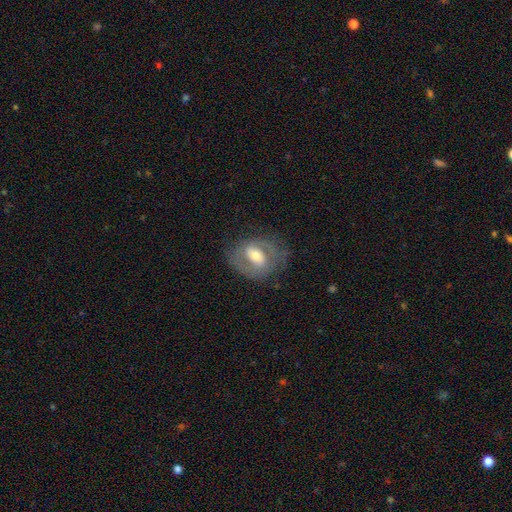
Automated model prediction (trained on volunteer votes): Overall: featured or disk (73%). Edge-on disk: no (96%). Bar: weak (44%; strong 30%). Spiral arms: yes (80%). Spiral arm count: 2 (78%). Spiral winding: medium (45%; tight 38%). Bulge size: moderate (66%). Merging: none (71%).